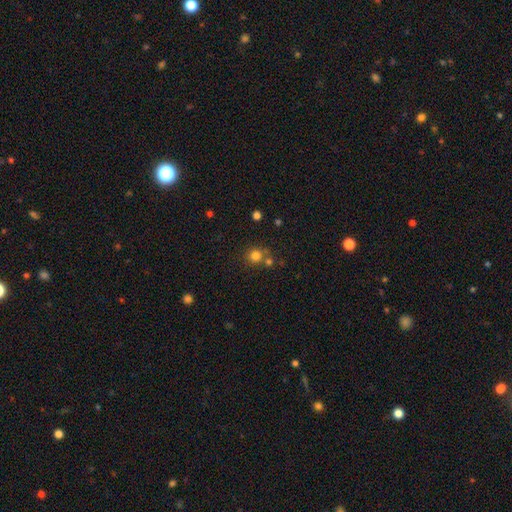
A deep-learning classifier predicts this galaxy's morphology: smooth_or_featured: smooth (p=0.79) [alt: star or artifact p=0.14]
how_rounded: round (p=0.90) [alt: in between p=0.09]
merging: none (p=0.65) [alt: merger p=0.22]